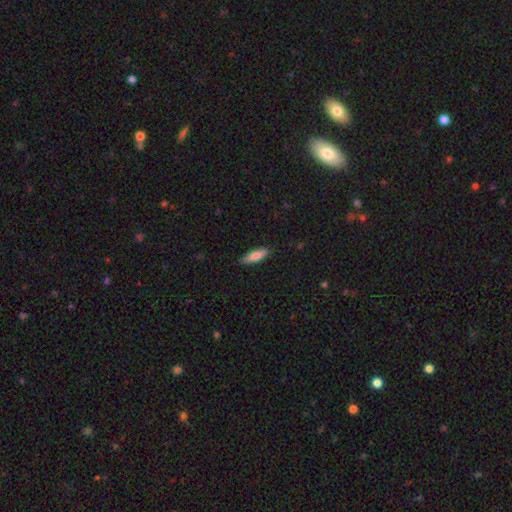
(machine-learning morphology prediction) This is clearly a smooth galaxy (81%). How rounded: possibly cigar-shaped (50%). Merging: clearly none (87%).